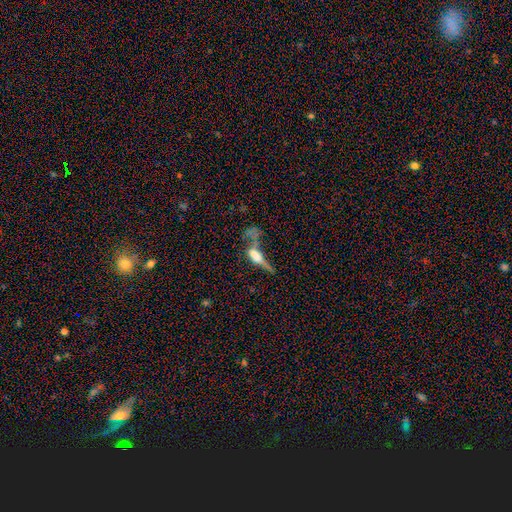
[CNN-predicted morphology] A featured or disk galaxy (47%).

Vote fractions:
- Smooth or featured? featured or disk: 47% / smooth: 39% / star or artifact: 14%
- Merging? major disturbance: 33% / merger: 31% / none: 23% / minor disturbance: 14%